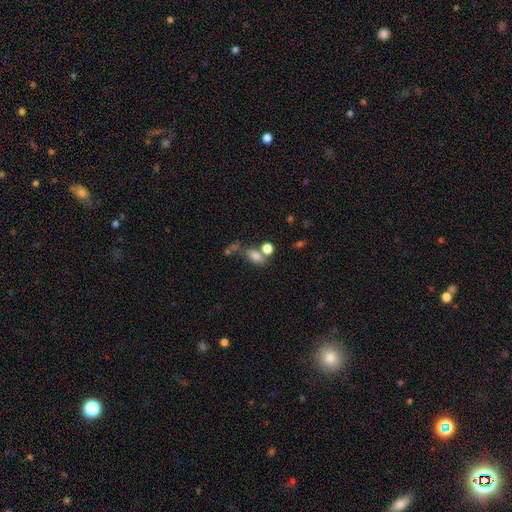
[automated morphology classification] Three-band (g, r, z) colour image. It shows a smooth galaxy with no disk features (75%) that is in between round and cigar-shaped (79%). Merging: none (43%).